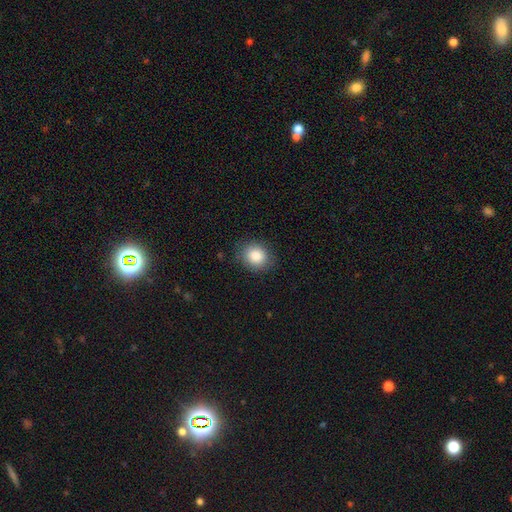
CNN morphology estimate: Smooth or featured?
  - smooth: 87% *
  - star or artifact: 8%
  - featured or disk: 5%
How rounded?
  - round: 66% *
  - in between: 33%
  - cigar-shaped: 1%
Merging?
  - none: 85% *
  - minor disturbance: 11%
  - major disturbance: 3%
  - merger: 1%